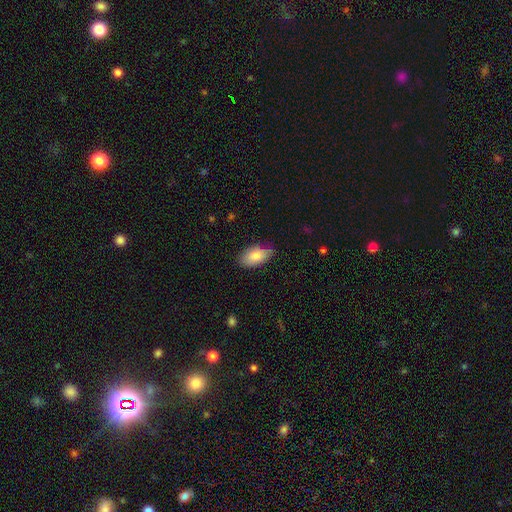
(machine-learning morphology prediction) Smooth or featured? Predicted: smooth (p=0.81). How rounded? Predicted: in between (p=0.92). Merging? Predicted: none (p=0.70).